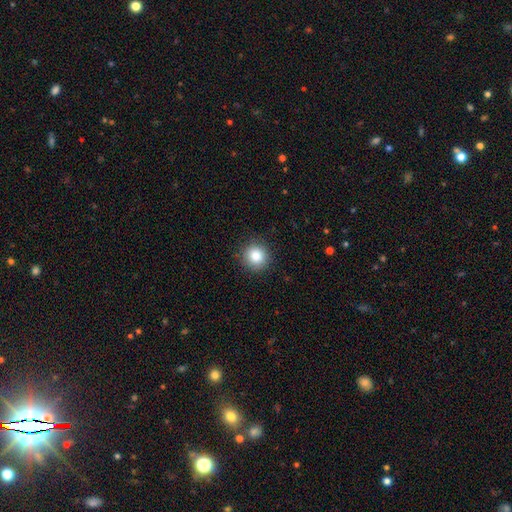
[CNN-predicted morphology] Smooth or featured? Predicted: smooth (p=0.85). How rounded? Predicted: round (p=0.94). Merging? Predicted: none (p=0.90).